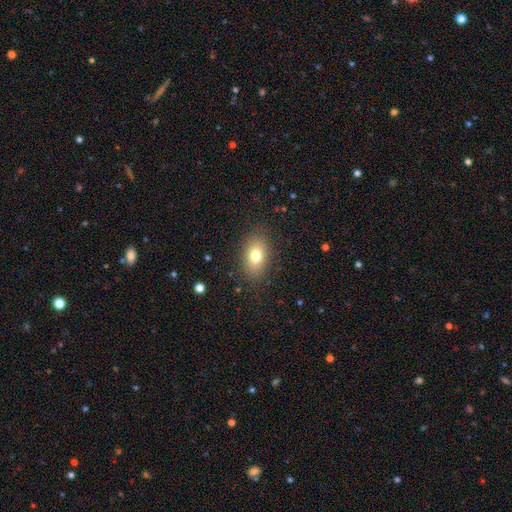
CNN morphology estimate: type=smooth (76%); roundness=in between (86%); merging=none (85%).